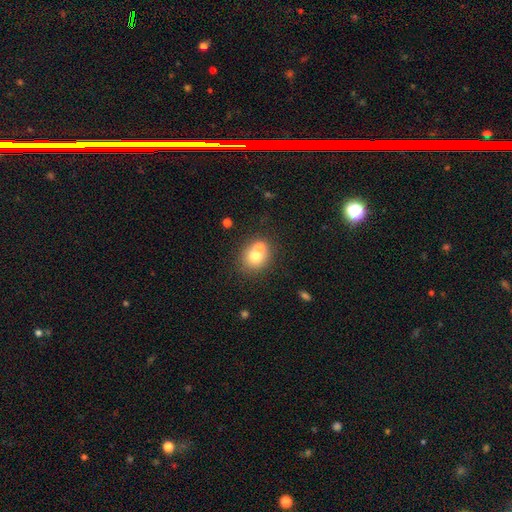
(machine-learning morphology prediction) A smooth galaxy with no disk features (70%) that is round (77%).

Vote fractions:
- Smooth or featured? smooth: 70% / featured or disk: 19% / star or artifact: 11%
- How rounded? round: 77% / in between: 22% / cigar-shaped: 1%
- Merging? merger: 45% (tied) / none: 45% (tied) / minor disturbance: 8% / major disturbance: 3%